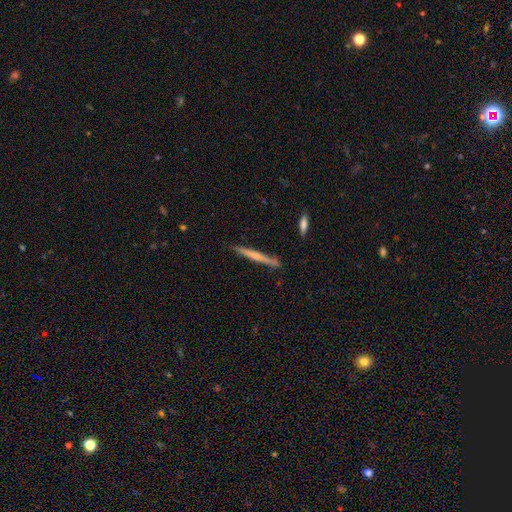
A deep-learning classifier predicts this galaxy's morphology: This is possibly a smooth galaxy (48%). Merging: clearly none (87%).